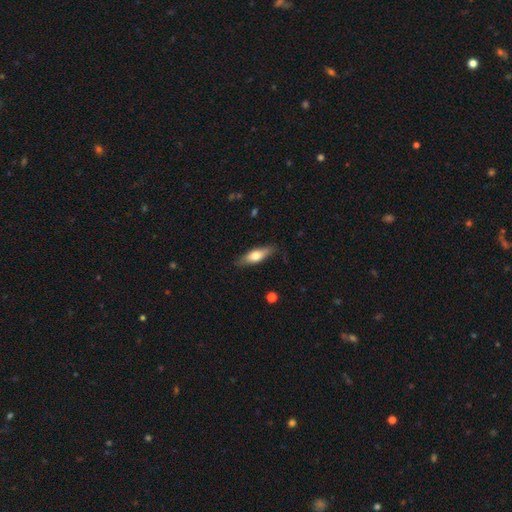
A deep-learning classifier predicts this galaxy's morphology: The model was most divided on "how rounded": in between: 52%, cigar-shaped: 45%, round: 3%. More confident: merging — none (83%); smooth or featured — smooth (59%).